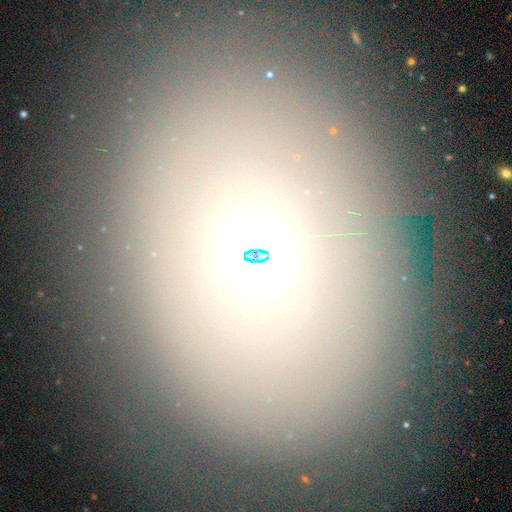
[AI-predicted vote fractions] This is marginally a smooth galaxy (44%). Merging: clearly none (85%).